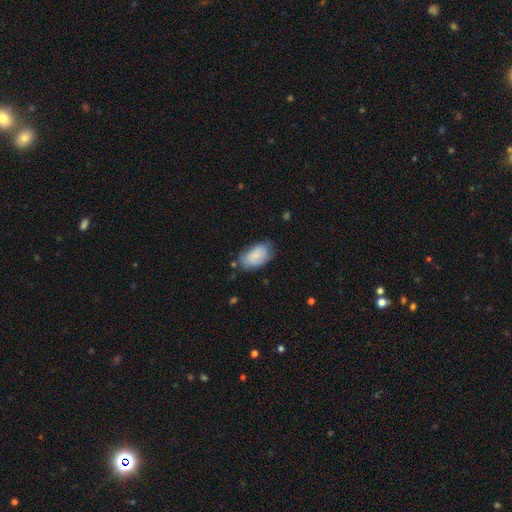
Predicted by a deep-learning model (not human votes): Smooth or featured? smooth (80%)
How rounded? in between (93%)
Merging? none (63%)